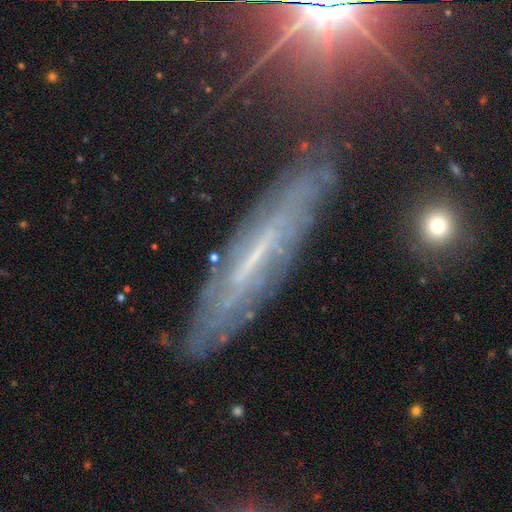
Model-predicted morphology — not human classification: Smooth or featured? featured or disk (63%)
Edge-on disk? yes (64%)
Merging? none (78%)